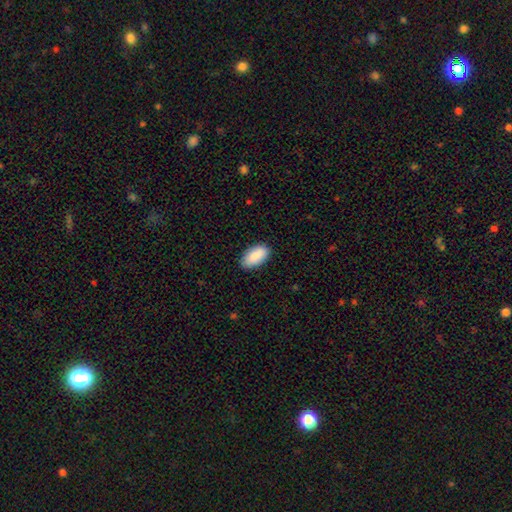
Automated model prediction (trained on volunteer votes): A smooth galaxy with no disk features (90%) that is in between round and cigar-shaped (95%). Merging: none (86%).